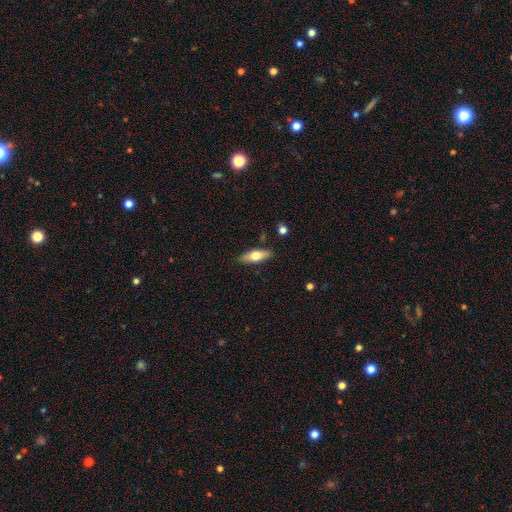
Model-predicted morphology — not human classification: Smooth or featured?
  - smooth: 62% *
  - featured or disk: 31%
  - star or artifact: 6%
How rounded?
  - in between: 64% *
  - cigar-shaped: 33%
  - round: 3%
Merging?
  - none: 85% *
  - minor disturbance: 10%
  - major disturbance: 2%
  - merger: 2%